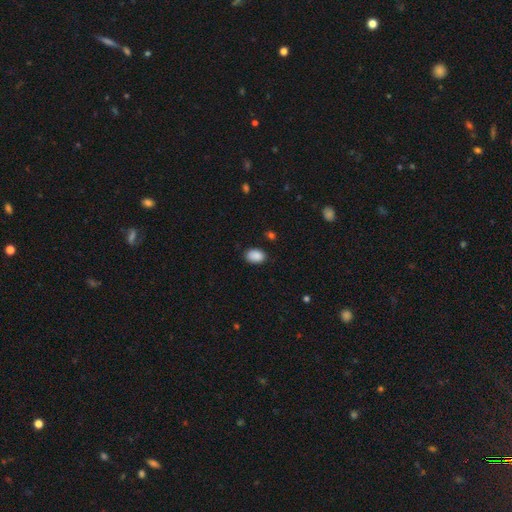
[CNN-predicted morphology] This appears to be a smooth galaxy with no disk features (89%) that is in between round and cigar-shaped (80%). Merging: none (84%).